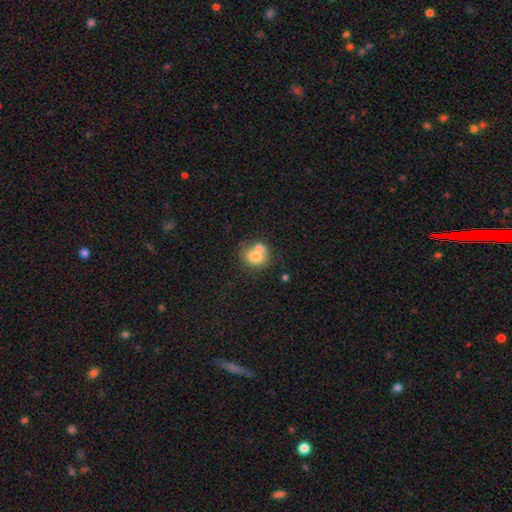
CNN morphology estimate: The model was most divided on "merging": merger: 46%, none: 35%, minor disturbance: 13%, major disturbance: 6%. More confident: smooth or featured — smooth (73%); how rounded — round (64%).